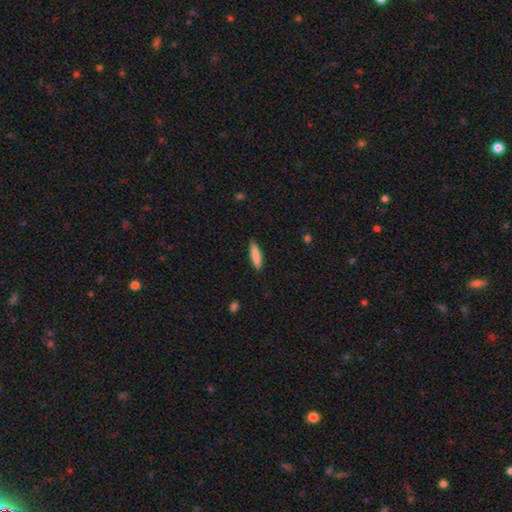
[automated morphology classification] This appears to be a smooth galaxy with no disk features (85%) that is cigar-shaped (76%). Merging: none (86%).